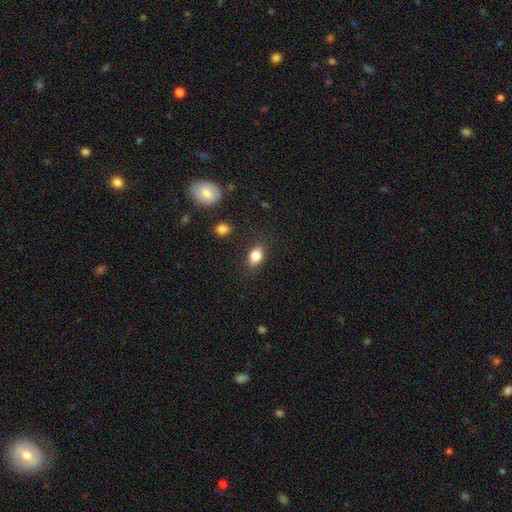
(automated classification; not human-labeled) Morphology: type=smooth (82%); roundness=in between (80%); merging=none (83%).